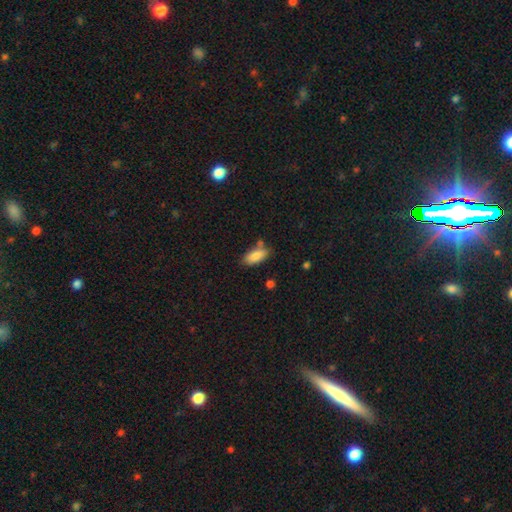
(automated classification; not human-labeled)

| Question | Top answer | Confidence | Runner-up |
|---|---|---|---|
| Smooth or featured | smooth | 86% | featured or disk (7%) |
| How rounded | in between | 86% | cigar-shaped (12%) |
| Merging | none | 67% | minor disturbance (18%) |